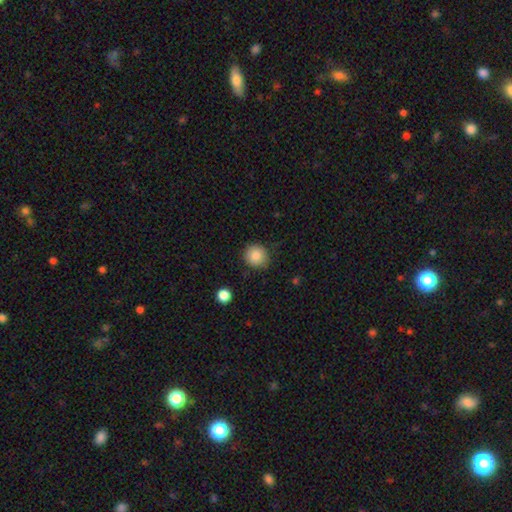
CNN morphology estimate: Smooth or featured? Predicted: smooth (p=0.86). How rounded? Predicted: round (p=0.90). Merging? Predicted: none (p=0.83).